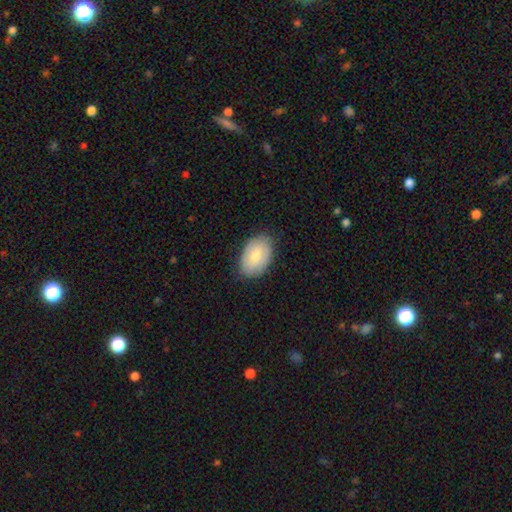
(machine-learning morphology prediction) Smooth or featured: smooth — 70% (featured or disk — 24%)
How rounded: in between — 88% (round — 11%)
Merging: none — 79% (minor disturbance — 17%)